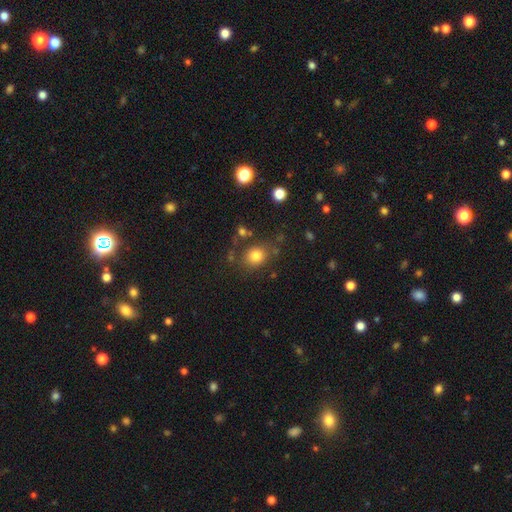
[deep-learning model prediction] The model was most divided on "how rounded": round: 70%, in between: 29%, cigar-shaped: 1%. More confident: smooth or featured — smooth (79%); merging — none (75%).